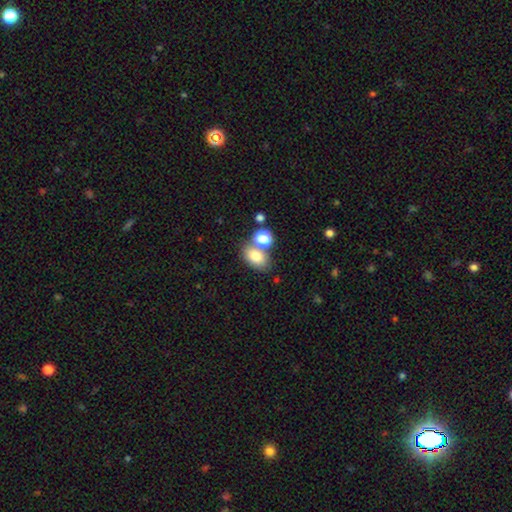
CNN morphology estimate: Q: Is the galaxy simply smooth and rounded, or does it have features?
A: smooth — 79%.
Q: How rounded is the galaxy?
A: in between — 76%.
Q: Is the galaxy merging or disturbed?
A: none — 55%.